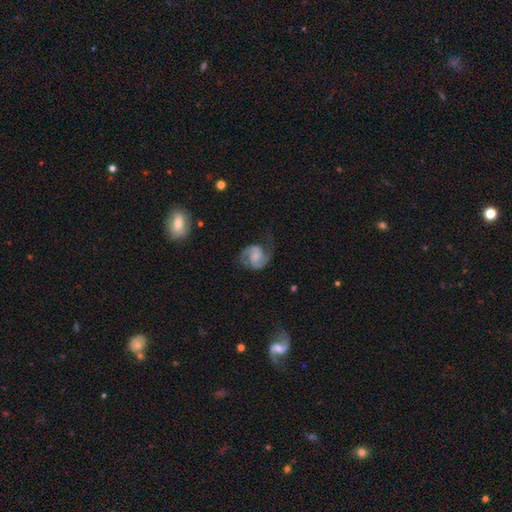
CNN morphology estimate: featured or disk 85%, smooth 10%, star or artifact 5%. Down the decision tree: edge-on disk — no (98%); bar — no (57%); spiral arms — yes (97%); spiral arm count — 2 (91%); spiral winding — medium (54%); bulge size — small (37%); merging — none (67%).